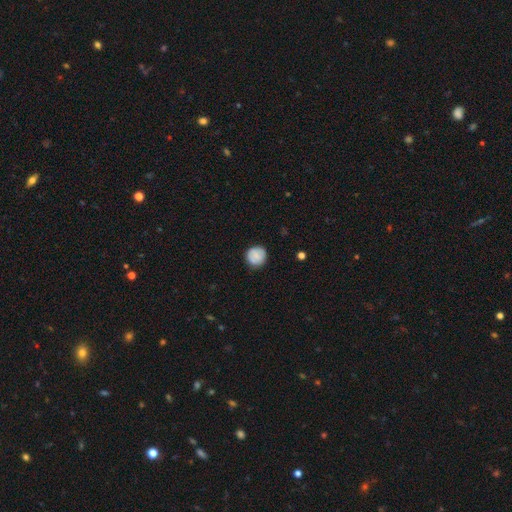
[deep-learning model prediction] smooth 80%, featured or disk 12%, star or artifact 8%. Down the decision tree: how rounded — round (92%); merging — none (83%).